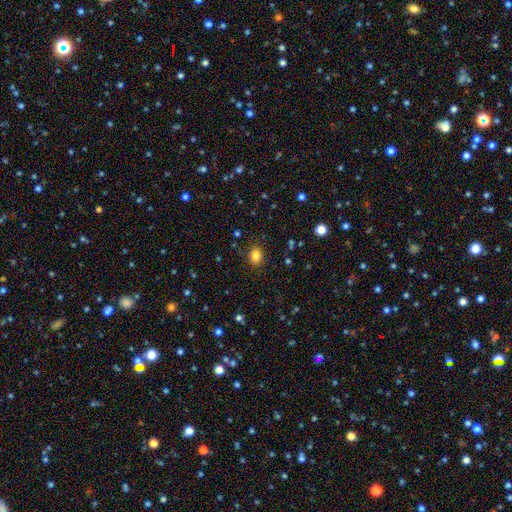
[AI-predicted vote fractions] Overall: smooth (83%). How rounded: in between (54%; round 45%). Merging: none (86%).